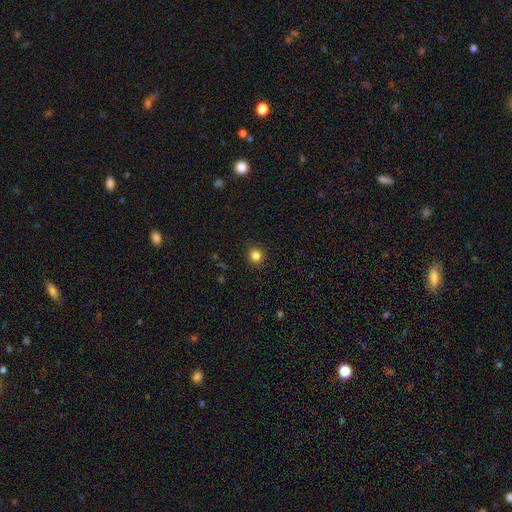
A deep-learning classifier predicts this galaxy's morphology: Q: Smooth or featured?
A: smooth (83%); runner-up: star or artifact (12%)
Q: How rounded?
A: round (91%); runner-up: in between (8%)
Q: Merging?
A: none (91%); runner-up: minor disturbance (6%)